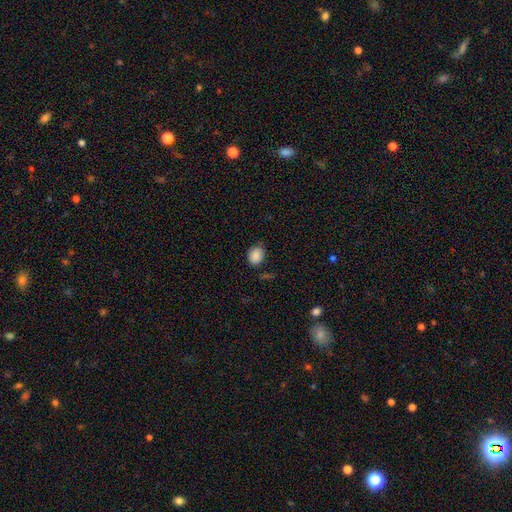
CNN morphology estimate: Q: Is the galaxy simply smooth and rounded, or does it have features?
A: smooth — 87%.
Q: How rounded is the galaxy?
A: in between — 50%.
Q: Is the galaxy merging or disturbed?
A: none — 73%.